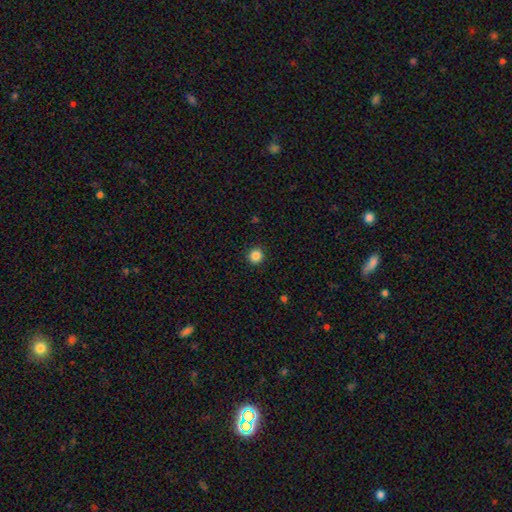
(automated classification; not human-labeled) A smooth galaxy with no disk features (86%) that is round (94%). Merging: none (93%).